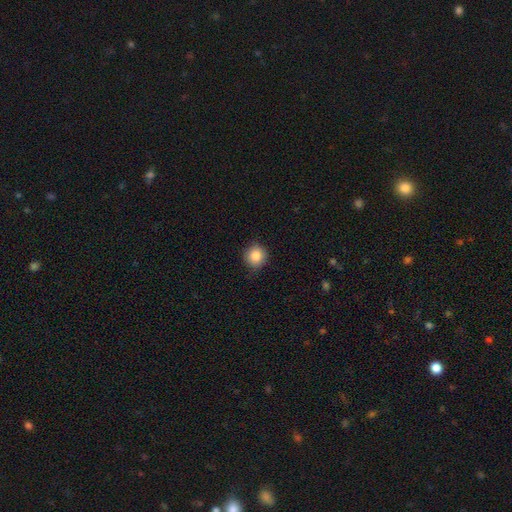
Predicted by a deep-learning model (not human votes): Smooth or featured?
  - smooth: 86% *
  - star or artifact: 9%
  - featured or disk: 5%
How rounded?
  - round: 91% *
  - in between: 8%
  - cigar-shaped: 1%
Merging?
  - none: 83% *
  - minor disturbance: 13%
  - major disturbance: 2%
  - merger: 1%